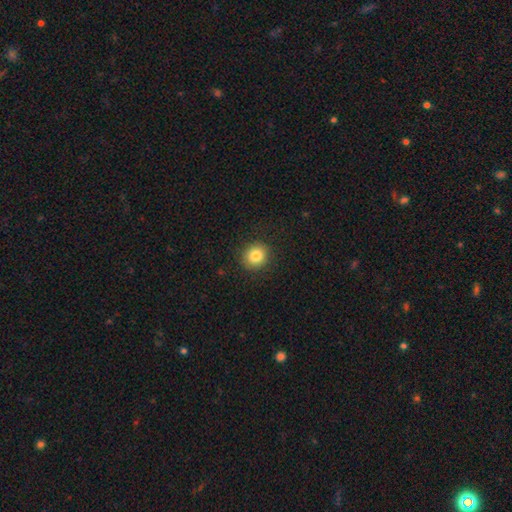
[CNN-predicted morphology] Smooth or featured?
  - smooth: 84% *
  - star or artifact: 10%
  - featured or disk: 6%
How rounded?
  - round: 84% *
  - in between: 16%
  - cigar-shaped: 1%
Merging?
  - none: 90% *
  - minor disturbance: 7%
  - major disturbance: 2%
  - merger: 1%